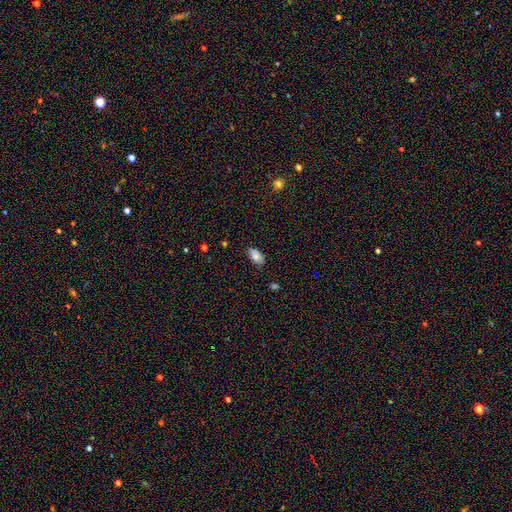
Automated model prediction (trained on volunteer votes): Morphology: type=smooth (80%); roundness=in between (93%); merging=none (77%).